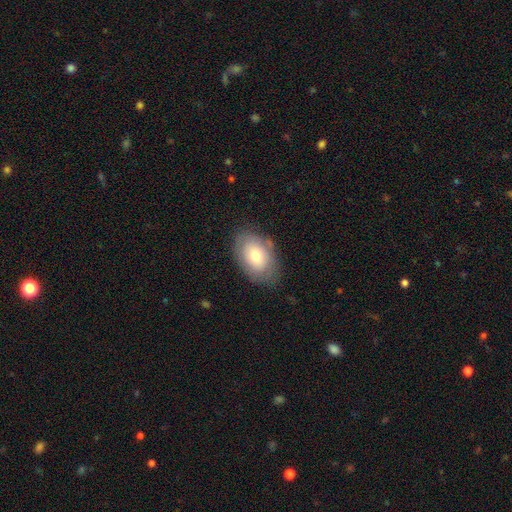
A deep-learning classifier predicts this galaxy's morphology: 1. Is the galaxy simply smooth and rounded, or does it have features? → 67% smooth, 25% featured or disk, 7% star or artifact.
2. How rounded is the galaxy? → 87% in between, 12% round, 1% cigar-shaped.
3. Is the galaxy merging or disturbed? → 75% none, 18% minor disturbance, 5% major disturbance, 1% merger.